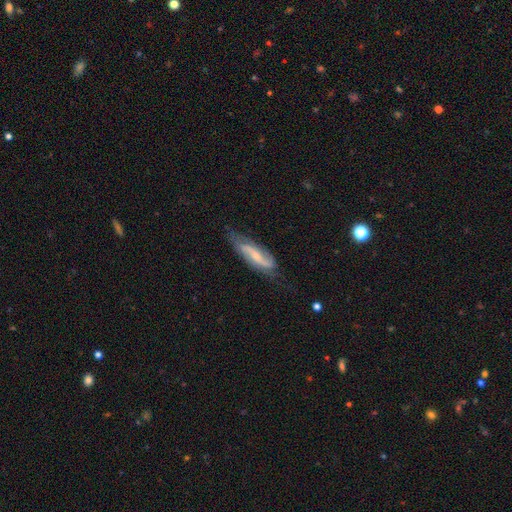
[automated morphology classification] Overall: featured or disk (71%). Edge-on disk: no (82%). Bar: weak (41%; no 33%). Spiral arms: yes (92%). Spiral arm count: 2 (85%). Spiral winding: loose (51%; medium 33%). Bulge size: small (57%; moderate 29%). Merging: none (63%; minor disturbance 27%).